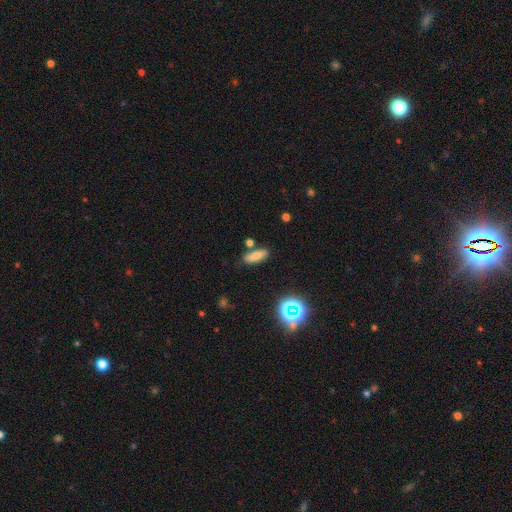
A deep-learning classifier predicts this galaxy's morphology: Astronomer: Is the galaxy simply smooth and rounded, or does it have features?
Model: smooth — 74%.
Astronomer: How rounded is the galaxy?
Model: in between — 55% (runner-up: cigar-shaped, 40%).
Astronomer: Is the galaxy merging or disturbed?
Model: none — 77%.